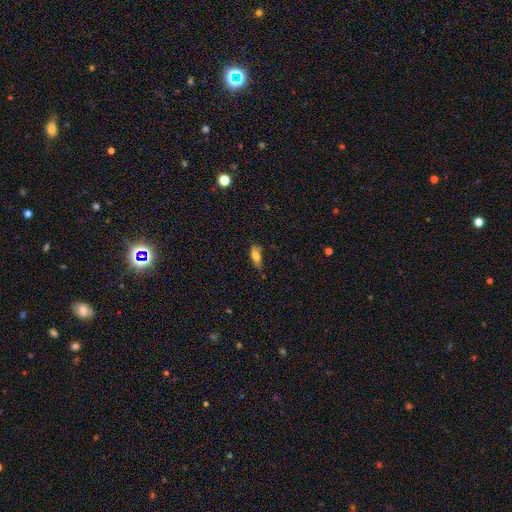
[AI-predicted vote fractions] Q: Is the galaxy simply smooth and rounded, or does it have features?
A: smooth — 70%.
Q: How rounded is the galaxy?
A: in between — 72%.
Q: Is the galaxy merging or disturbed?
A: none — 53%.